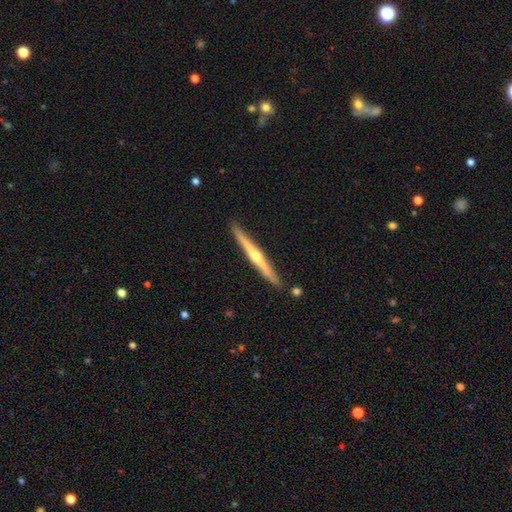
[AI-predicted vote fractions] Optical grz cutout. It shows a featured or disk galaxy (77%) viewed edge-on (98%) with a rounded central bulge (87%). Merging: none (90%).